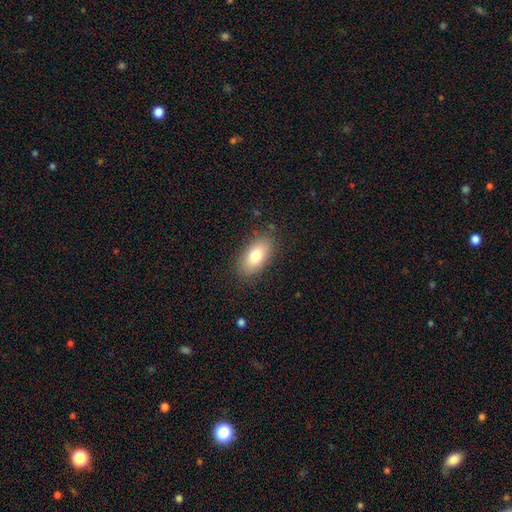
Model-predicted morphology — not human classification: Smooth or featured: smooth — 78% (featured or disk — 14%)
How rounded: in between — 90% (cigar-shaped — 6%)
Merging: none — 84% (minor disturbance — 11%)